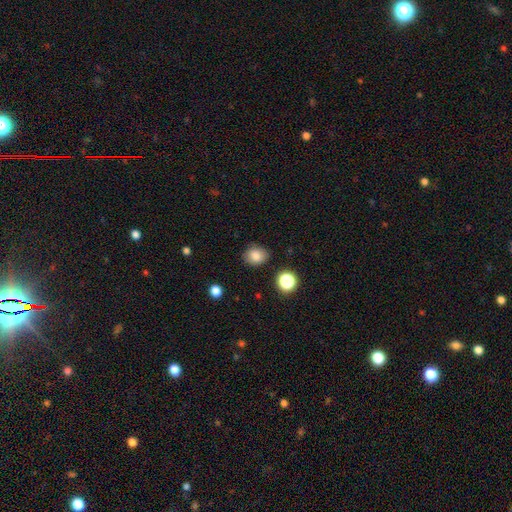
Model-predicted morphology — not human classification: smooth_or_featured: smooth (p=0.82) [alt: star or artifact p=0.11]
how_rounded: round (p=0.60) [alt: in between p=0.39]
merging: none (p=0.83) [alt: minor disturbance p=0.12]